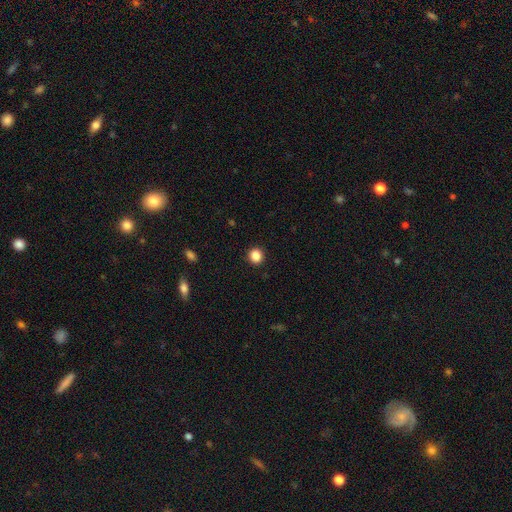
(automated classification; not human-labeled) smooth_or_featured: smooth (p=0.86) [alt: star or artifact p=0.11]
how_rounded: round (p=0.90) [alt: in between p=0.09]
merging: none (p=0.93) [alt: minor disturbance p=0.05]